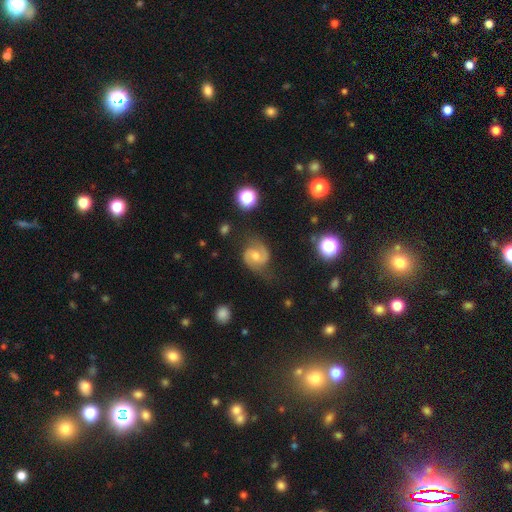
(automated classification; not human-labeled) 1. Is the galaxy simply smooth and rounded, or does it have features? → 82% featured or disk, 11% smooth, 7% star or artifact.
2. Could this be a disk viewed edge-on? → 98% no, 2% yes.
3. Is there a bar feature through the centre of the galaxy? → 49% no, 41% weak, 9% strong.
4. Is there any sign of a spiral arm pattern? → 96% yes, 4% no.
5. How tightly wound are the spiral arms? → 56% medium, 22% loose, 22% tight.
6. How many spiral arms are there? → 91% 2, 4% can't tell, 3% 1, 1% 3, 1% 4, 1% more than 4.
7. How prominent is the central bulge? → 62% moderate, 29% small, 4% large, 3% none, 1% dominant.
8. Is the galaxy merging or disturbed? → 67% none, 21% minor disturbance, 10% major disturbance, 2% merger.